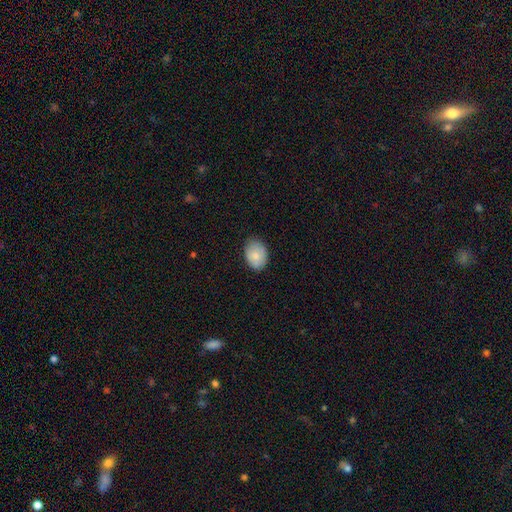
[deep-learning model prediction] Q: Smooth or featured?
A: smooth (81%); runner-up: featured or disk (13%)
Q: How rounded?
A: in between (73%); runner-up: round (27%)
Q: Merging?
A: none (79%); runner-up: minor disturbance (17%)